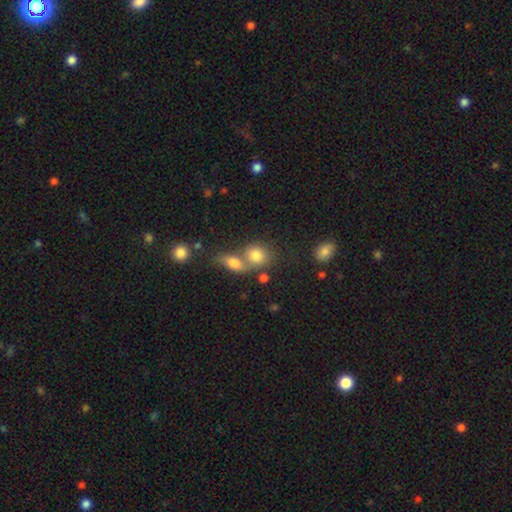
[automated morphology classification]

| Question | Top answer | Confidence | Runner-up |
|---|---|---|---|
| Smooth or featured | smooth | 79% | star or artifact (11%) |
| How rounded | round | 61% | in between (37%) |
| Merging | merger | 48% | none (38%) |